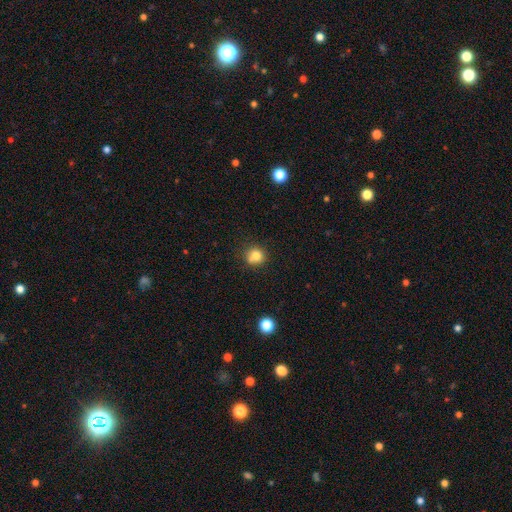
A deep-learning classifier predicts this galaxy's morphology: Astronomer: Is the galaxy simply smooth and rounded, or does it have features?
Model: smooth — 79%.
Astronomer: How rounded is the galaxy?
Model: round — 86%.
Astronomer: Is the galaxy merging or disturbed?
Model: none — 69%.